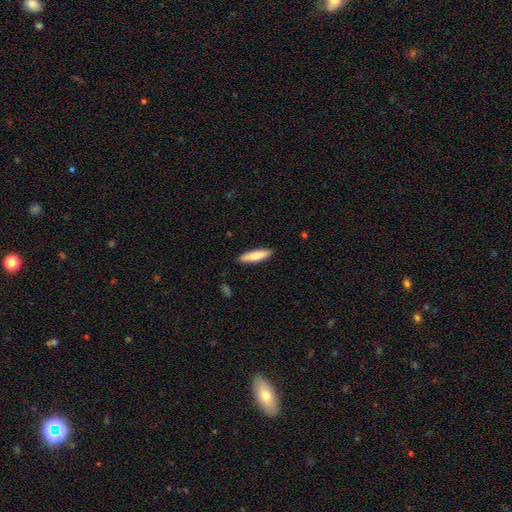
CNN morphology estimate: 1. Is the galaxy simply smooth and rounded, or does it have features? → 80% smooth, 15% featured or disk, 5% star or artifact.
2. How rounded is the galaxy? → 72% cigar-shaped, 27% in between, 1% round.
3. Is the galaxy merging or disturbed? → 89% none, 8% minor disturbance, 2% major disturbance, 1% merger.